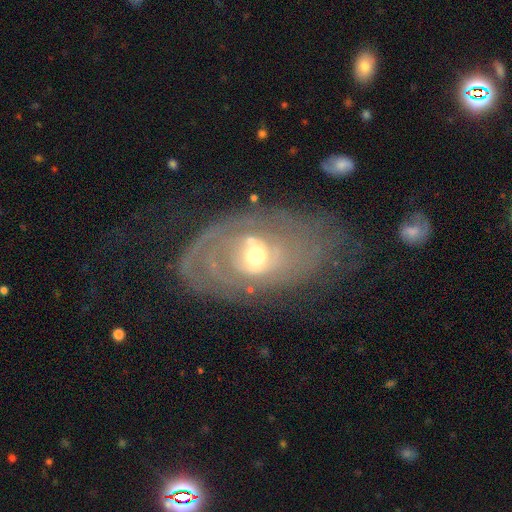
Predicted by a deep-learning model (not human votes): smooth_or_featured: featured or disk (p=0.80) [alt: smooth p=0.13]
disk_edge_on: no (p=0.95) [alt: yes p=0.05]
bar: no (p=0.56) [alt: weak p=0.32]
has_spiral_arms: yes (p=0.75) [alt: no p=0.25]
spiral_winding: tight (p=0.52) [alt: medium p=0.32]
spiral_arm_count: 2 (p=0.43) [alt: can't tell p=0.31]
bulge_size: moderate (p=0.68) [alt: small p=0.21]
merging: none (p=0.56) [alt: minor disturbance p=0.19]